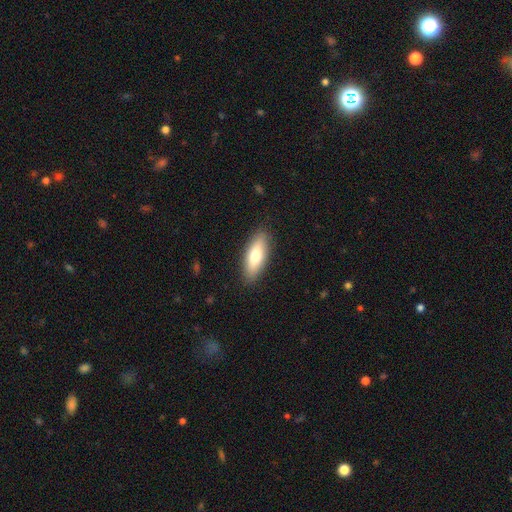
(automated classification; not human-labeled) smooth 73%, featured or disk 21%, star or artifact 6%. Down the decision tree: how rounded — in between (66%); merging — none (88%).